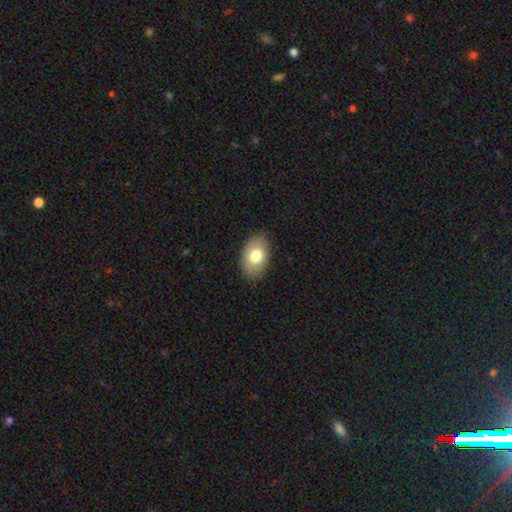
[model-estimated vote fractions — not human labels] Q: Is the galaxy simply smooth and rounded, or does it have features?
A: smooth — 77%.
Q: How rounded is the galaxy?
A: in between — 91%.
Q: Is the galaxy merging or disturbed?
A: none — 84%.